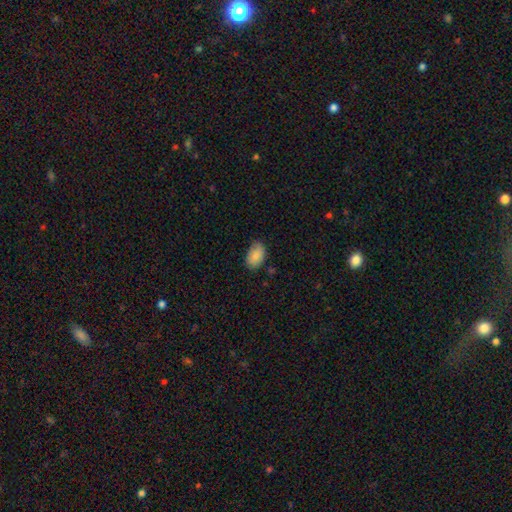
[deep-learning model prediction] A smooth galaxy with no disk features (88%) that is in between round and cigar-shaped (91%). Merging: none (72%).